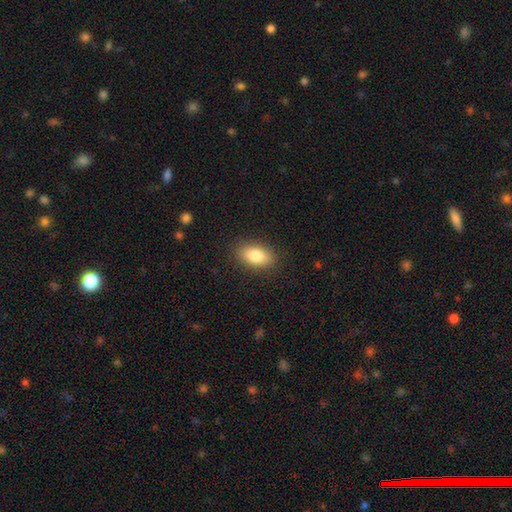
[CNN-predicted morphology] This appears to be a smooth galaxy with no disk features (83%) that is in between round and cigar-shaped (90%). Merging: none (88%).